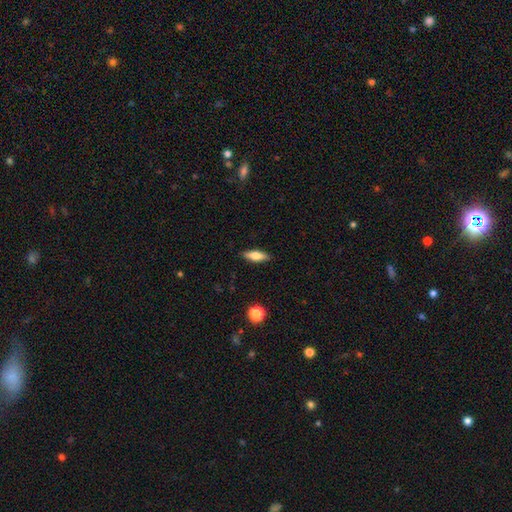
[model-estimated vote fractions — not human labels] smooth_or_featured: smooth (p=0.69) [alt: featured or disk p=0.25]
how_rounded: in between (p=0.59) [alt: cigar-shaped p=0.38]
merging: none (p=0.89) [alt: minor disturbance p=0.08]